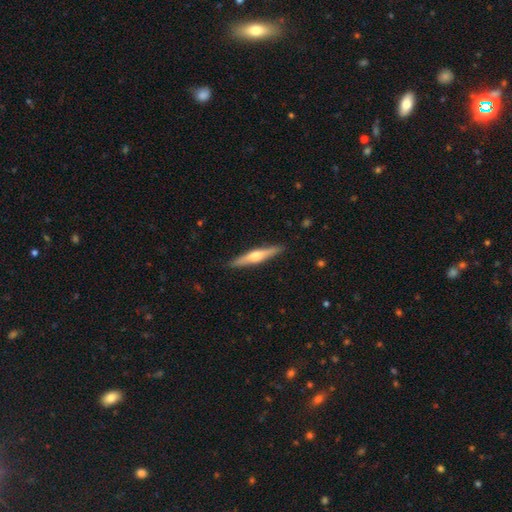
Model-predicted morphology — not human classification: Smooth or featured? featured or disk (63%)
Edge-on disk? yes (97%)
Edge-on bulge? rounded (87%)
Merging? none (90%)